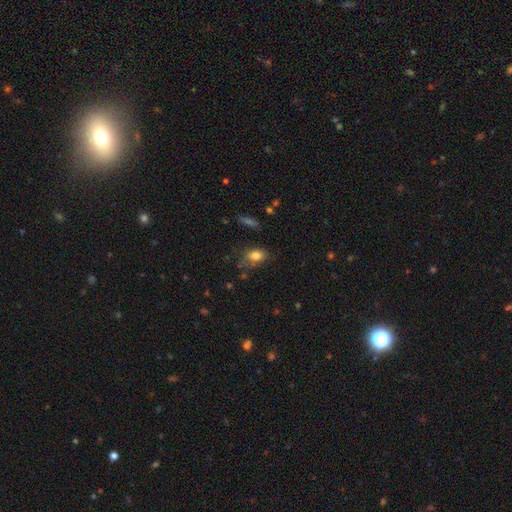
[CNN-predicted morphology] The model was most divided on "merging": none: 63%, minor disturbance: 24%, major disturbance: 9%, merger: 4%. More confident: how rounded — in between (84%); smooth or featured — smooth (80%).